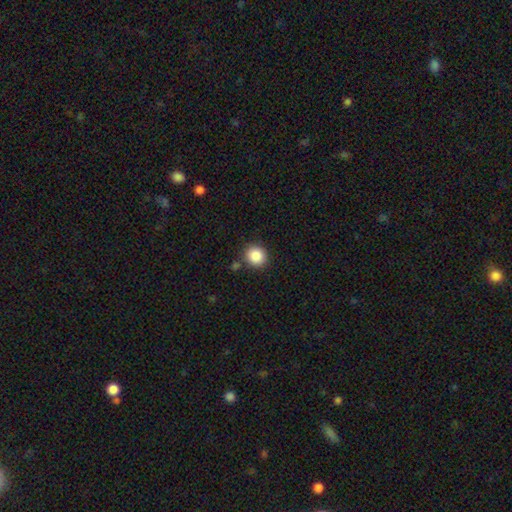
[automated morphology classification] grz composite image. It shows a smooth galaxy with no disk features (87%) that is round (89%). Merging: none (84%).